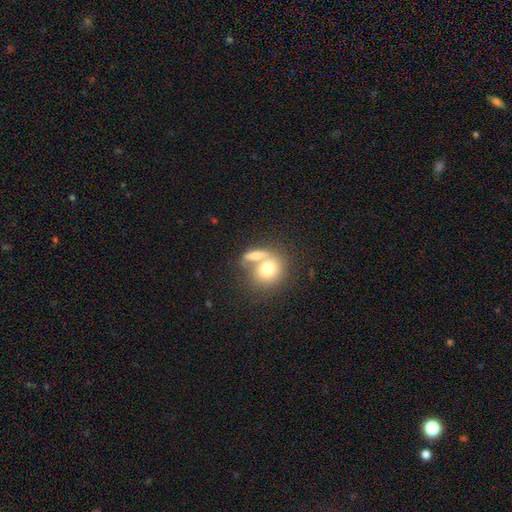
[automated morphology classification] The model was most divided on "merging": merger: 48%, none: 37%, minor disturbance: 9%, major disturbance: 6%. More confident: smooth or featured — smooth (71%); how rounded — round (54%).